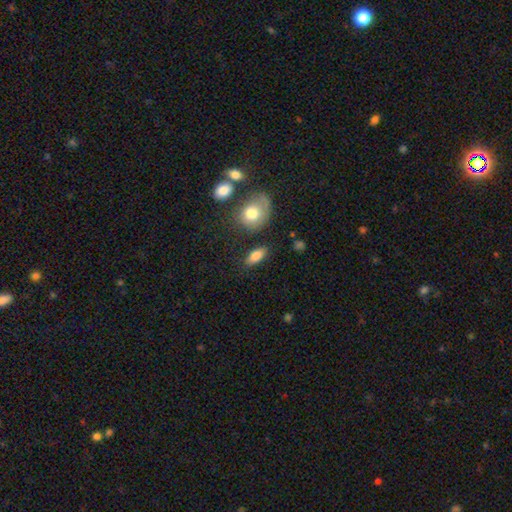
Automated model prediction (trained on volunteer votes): This appears to be a smooth galaxy with no disk features (83%) that is in between round and cigar-shaped (84%). Merging: none (79%).